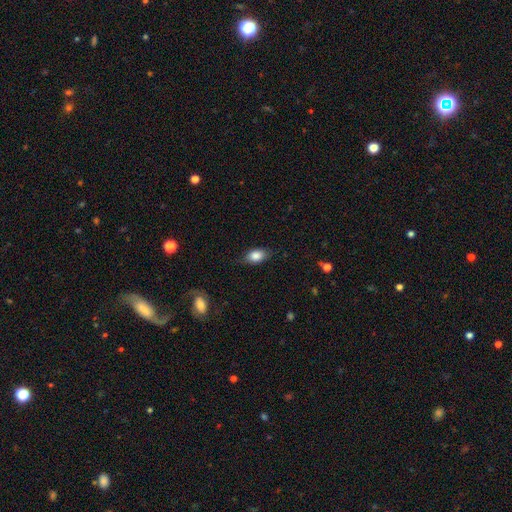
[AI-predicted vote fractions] A smooth galaxy with no disk features (84%) that is in between round and cigar-shaped (86%).

Vote fractions:
- Smooth or featured? smooth: 84% / featured or disk: 8% / star or artifact: 8%
- How rounded? in between: 86% / round: 11% / cigar-shaped: 3%
- Merging? none: 78% / minor disturbance: 17% / major disturbance: 4% / merger: 1%